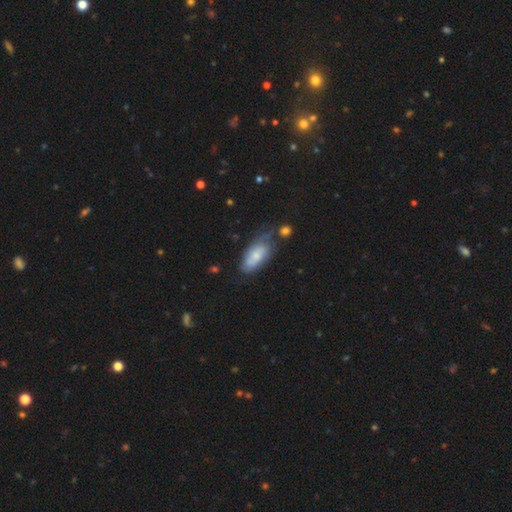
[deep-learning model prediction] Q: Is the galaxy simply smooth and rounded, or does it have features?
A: smooth — 58%.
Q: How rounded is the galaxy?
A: in between — 88%.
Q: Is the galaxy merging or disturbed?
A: none — 47%.